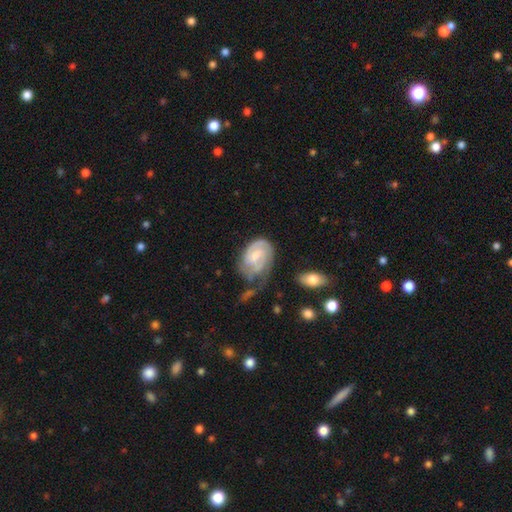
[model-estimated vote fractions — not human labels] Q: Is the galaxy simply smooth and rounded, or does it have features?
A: featured or disk — 74%.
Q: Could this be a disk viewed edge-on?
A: no — 97%.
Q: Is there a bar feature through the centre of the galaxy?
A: weak — 47%.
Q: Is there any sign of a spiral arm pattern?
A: yes — 92%.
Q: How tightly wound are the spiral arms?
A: tight — 58%.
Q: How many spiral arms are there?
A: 2 — 53%.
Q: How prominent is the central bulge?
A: small — 41%.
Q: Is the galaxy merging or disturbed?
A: none — 40%.